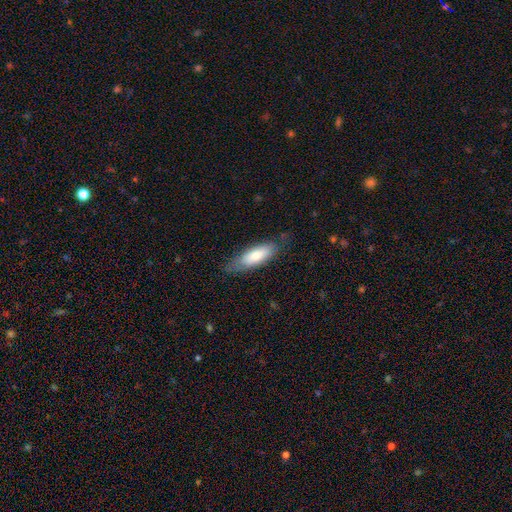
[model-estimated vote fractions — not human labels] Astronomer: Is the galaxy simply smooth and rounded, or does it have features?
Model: smooth — 74%.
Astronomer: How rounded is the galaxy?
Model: in between — 61% (runner-up: cigar-shaped, 38%).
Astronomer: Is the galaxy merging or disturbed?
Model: none — 73%.